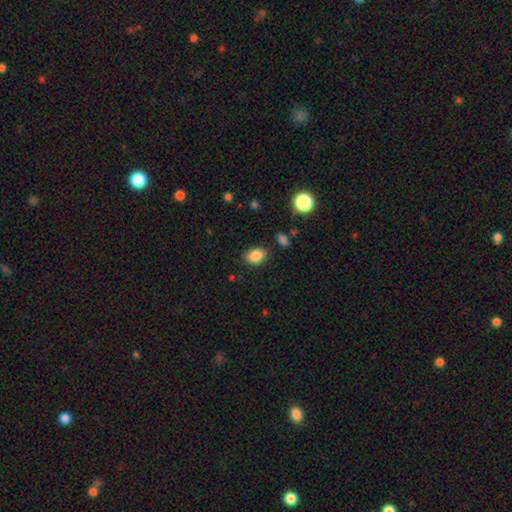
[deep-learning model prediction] smooth_or_featured: smooth (p=0.86) [alt: star or artifact p=0.10]
how_rounded: in between (p=0.71) [alt: round p=0.27]
merging: none (p=0.85) [alt: minor disturbance p=0.10]